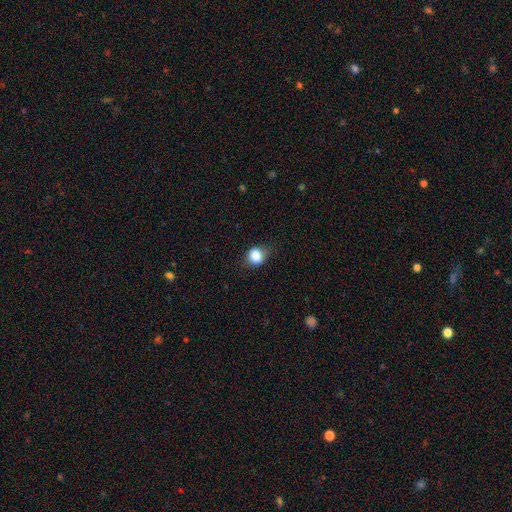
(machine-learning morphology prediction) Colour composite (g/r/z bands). It shows a smooth galaxy with no disk features (83%) that is round (69%). Merging: none (68%).